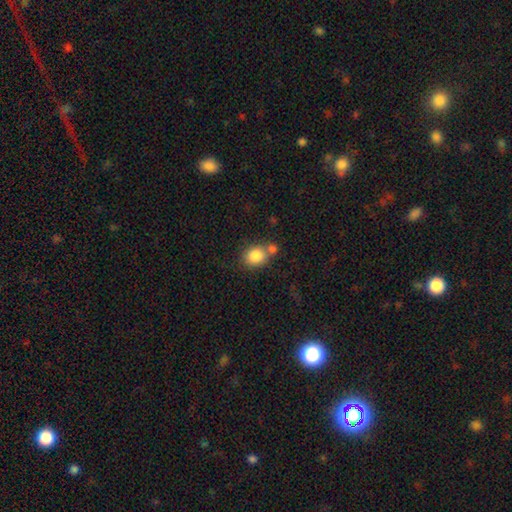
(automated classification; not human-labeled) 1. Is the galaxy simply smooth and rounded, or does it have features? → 85% smooth, 9% star or artifact, 7% featured or disk.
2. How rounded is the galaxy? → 62% round, 37% in between, 1% cigar-shaped.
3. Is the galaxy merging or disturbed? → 53% none, 31% merger, 12% minor disturbance, 4% major disturbance.